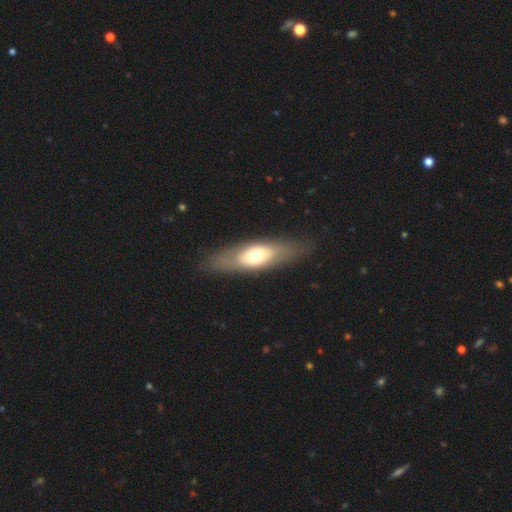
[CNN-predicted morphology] Q: Smooth or featured?
A: smooth (51%); runner-up: featured or disk (43%)
Q: How rounded?
A: in between (61%); runner-up: cigar-shaped (35%)
Q: Merging?
A: none (81%); runner-up: minor disturbance (12%)